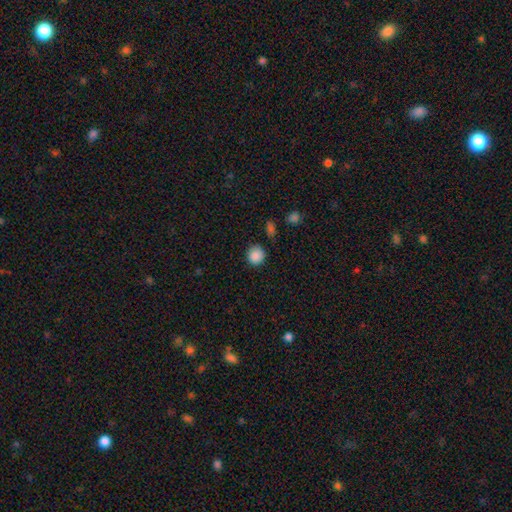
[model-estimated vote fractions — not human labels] Q: Smooth or featured?
A: smooth (87%); runner-up: star or artifact (10%)
Q: How rounded?
A: round (90%); runner-up: in between (9%)
Q: Merging?
A: none (84%); runner-up: minor disturbance (11%)